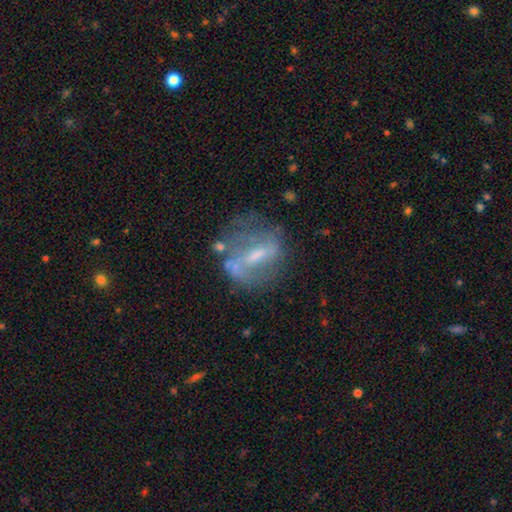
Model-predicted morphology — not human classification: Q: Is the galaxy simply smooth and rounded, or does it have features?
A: featured or disk — 67%.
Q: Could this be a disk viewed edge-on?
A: no — 92%.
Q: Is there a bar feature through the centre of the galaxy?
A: weak — 41%.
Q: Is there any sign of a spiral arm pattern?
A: yes — 52%.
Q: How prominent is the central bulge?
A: small — 39%, tied with moderate.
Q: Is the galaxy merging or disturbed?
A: none — 53%.